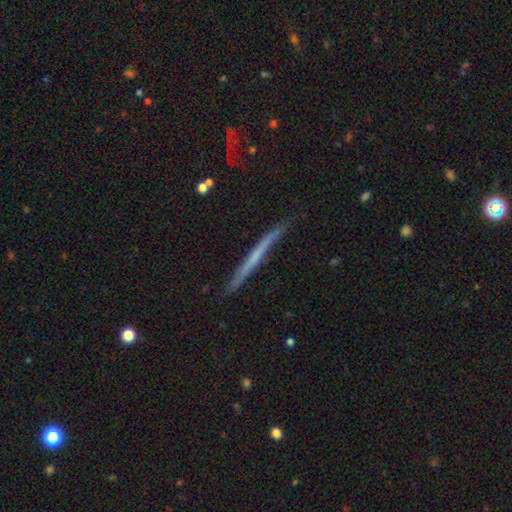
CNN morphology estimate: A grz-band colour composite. It shows a featured or disk galaxy (57%) viewed edge-on (97%) with no central bulge (83%). Merging: none (85%).